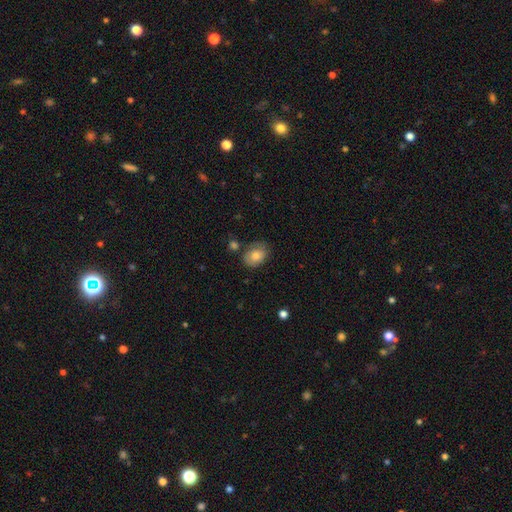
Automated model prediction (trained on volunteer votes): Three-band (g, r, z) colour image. It shows a smooth galaxy with no disk features (75%) that is in between round and cigar-shaped (68%). Merging: none (66%).